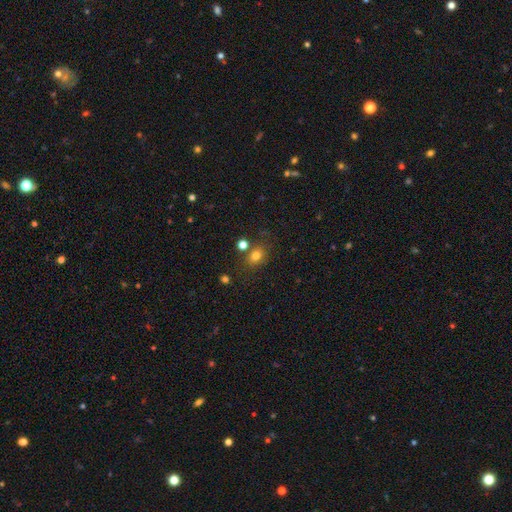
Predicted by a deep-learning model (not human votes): Overall: smooth (78%). How rounded: in between (54%; round 45%). Merging: none (71%).